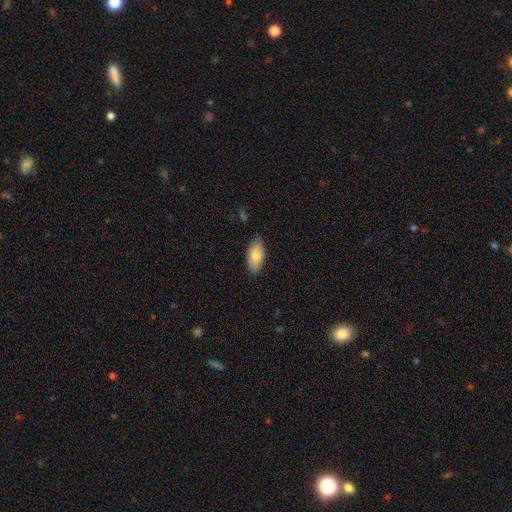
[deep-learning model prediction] Smooth or featured? smooth (82%)
How rounded? in between (92%)
Merging? none (85%)